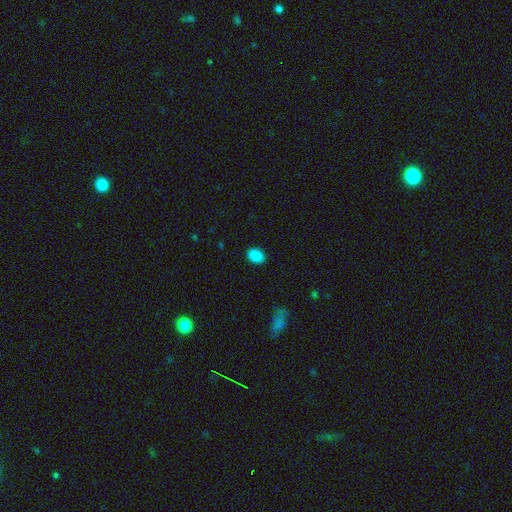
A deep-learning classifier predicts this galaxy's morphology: Q: Smooth or featured?
A: smooth (89%); runner-up: star or artifact (9%)
Q: How rounded?
A: in between (73%); runner-up: round (26%)
Q: Merging?
A: none (88%); runner-up: minor disturbance (8%)